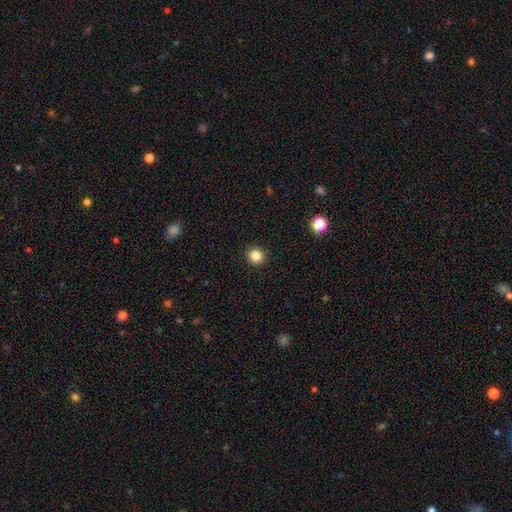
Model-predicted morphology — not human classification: Q: Smooth or featured?
A: smooth (84%); runner-up: star or artifact (12%)
Q: How rounded?
A: round (90%); runner-up: in between (9%)
Q: Merging?
A: none (92%); runner-up: minor disturbance (5%)